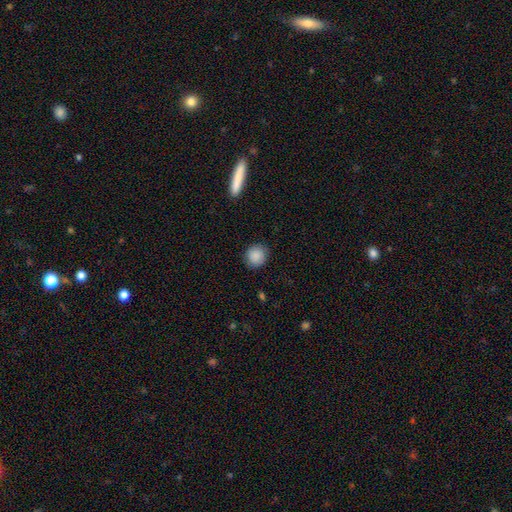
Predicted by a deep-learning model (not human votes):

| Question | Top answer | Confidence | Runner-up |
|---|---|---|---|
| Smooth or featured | smooth | 88% | star or artifact (8%) |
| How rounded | round | 89% | in between (10%) |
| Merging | none | 88% | minor disturbance (8%) |